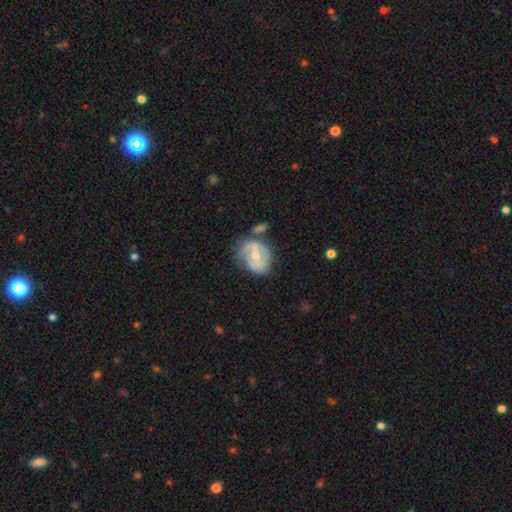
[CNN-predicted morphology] Q: Smooth or featured?
A: featured or disk (65%); runner-up: smooth (29%)
Q: Edge-on disk?
A: no (96%); runner-up: yes (4%)
Q: Bar?
A: weak (42%); runner-up: no (39%)
Q: Spiral arms?
A: yes (65%); runner-up: no (35%)
Q: Bulge size?
A: moderate (57%); runner-up: small (39%)
Q: Merging?
A: none (45%); runner-up: minor disturbance (28%)